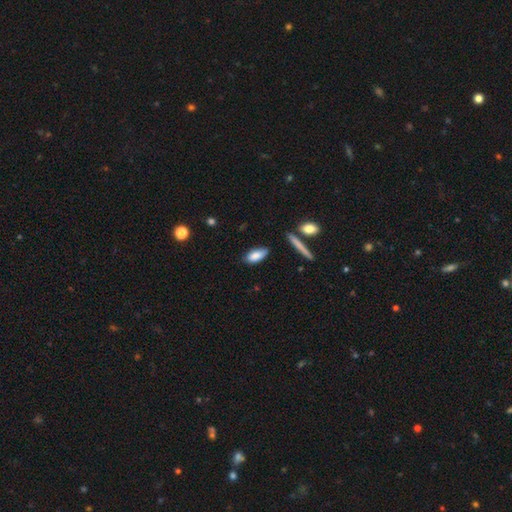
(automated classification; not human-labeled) This appears to be a smooth galaxy with no disk features (84%) that is in between round and cigar-shaped (82%). Merging: none (76%).